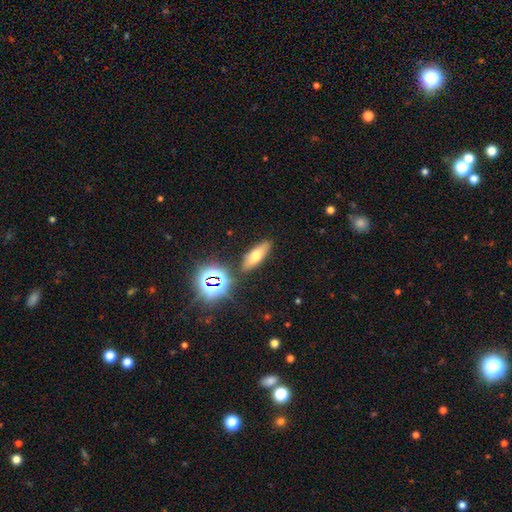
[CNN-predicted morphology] smooth-or-featured: smooth: 58% | featured or disk: 26% | star or artifact: 17%
  how-rounded: in between: 57% | cigar-shaped: 36% | round: 7%
  merging: none: 83% | minor disturbance: 10% | merger: 4% | major disturbance: 3%